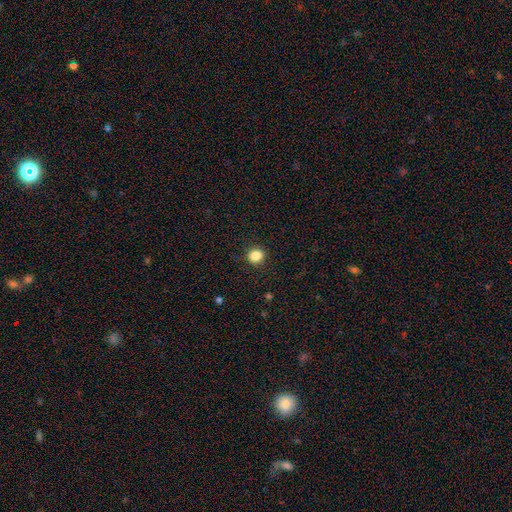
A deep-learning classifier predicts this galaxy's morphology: Smooth or featured: smooth — 85% (star or artifact — 11%)
How rounded: round — 82% (in between — 17%)
Merging: none — 90% (minor disturbance — 6%)